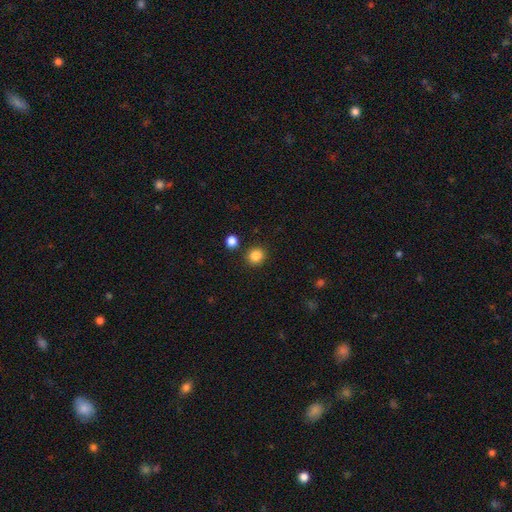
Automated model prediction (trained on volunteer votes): smooth-or-featured: smooth: 85% | star or artifact: 11% | featured or disk: 4%
  how-rounded: round: 87% | in between: 12% | cigar-shaped: 1%
  merging: none: 88% | minor disturbance: 6% | merger: 4% | major disturbance: 2%